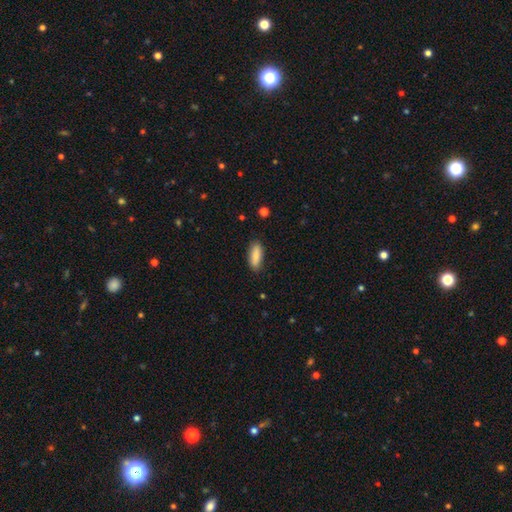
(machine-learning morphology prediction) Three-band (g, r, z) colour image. It shows a smooth galaxy with no disk features (88%) that is in between round and cigar-shaped (69%). Merging: none (85%).